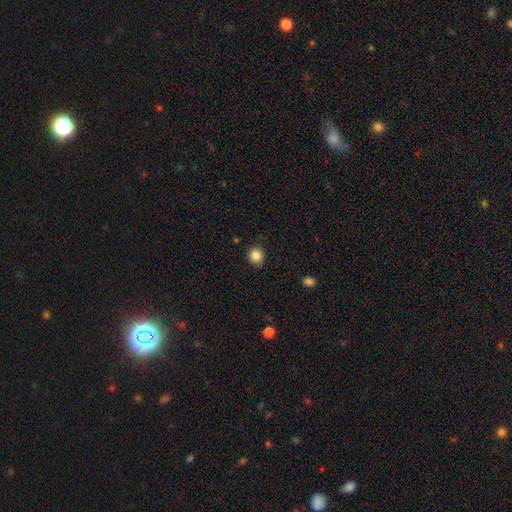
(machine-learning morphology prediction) This is clearly a smooth galaxy (85%). How rounded: clearly round (86%). Merging: clearly none (90%).